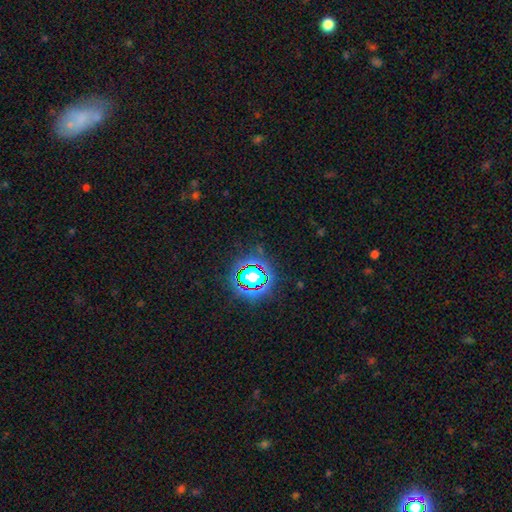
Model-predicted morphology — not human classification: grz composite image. It shows a star or artifact, not a galaxy (77%).